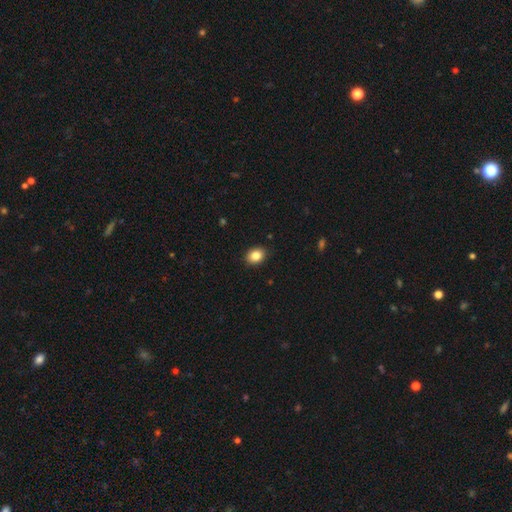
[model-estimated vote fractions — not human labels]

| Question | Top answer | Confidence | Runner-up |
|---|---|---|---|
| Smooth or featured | smooth | 85% | star or artifact (9%) |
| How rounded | in between | 61% | round (38%) |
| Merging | none | 89% | minor disturbance (8%) |